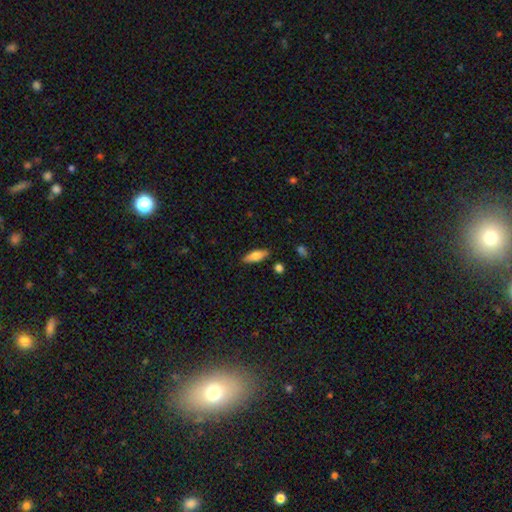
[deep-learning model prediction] smooth-or-featured: smooth: 67% | featured or disk: 27% | star or artifact: 7%
  how-rounded: in between: 58% | cigar-shaped: 40% | round: 2%
  merging: none: 86% | minor disturbance: 10% | major disturbance: 2% | merger: 2%